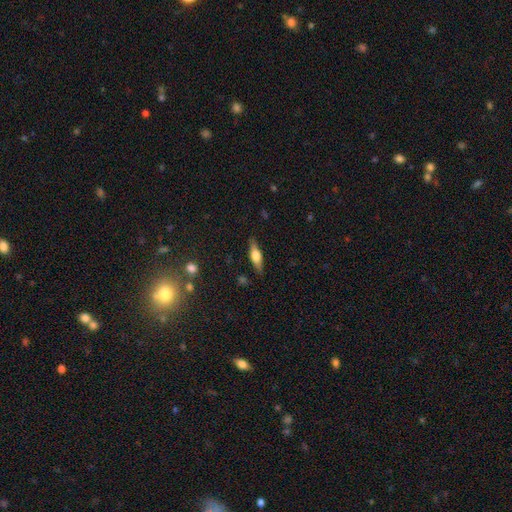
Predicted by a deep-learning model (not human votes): Smooth or featured?
  - smooth: 51% *
  - featured or disk: 42%
  - star or artifact: 7%
How rounded?
  - cigar-shaped: 54% *
  - in between: 43%
  - round: 3%
Merging?
  - none: 85% *
  - minor disturbance: 11%
  - major disturbance: 3%
  - merger: 1%